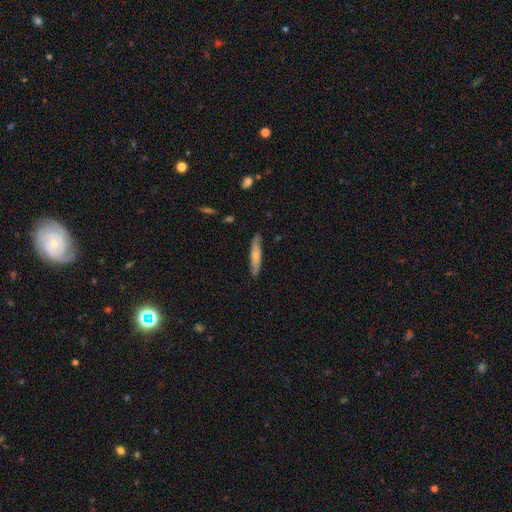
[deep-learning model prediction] smooth 64%, featured or disk 30%, star or artifact 5%. Down the decision tree: how rounded — cigar-shaped (84%); merging — none (80%).